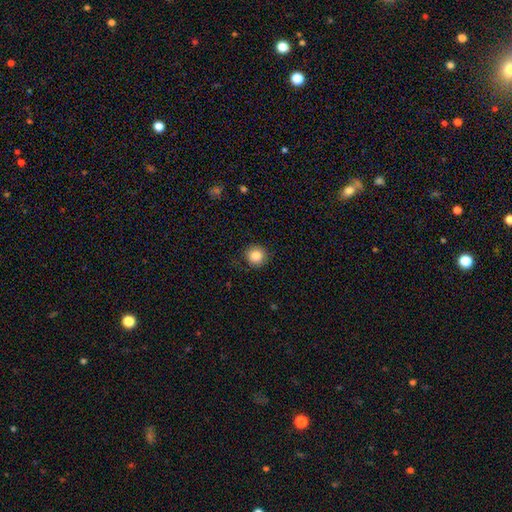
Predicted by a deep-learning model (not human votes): smooth_or_featured: smooth (p=0.84) [alt: star or artifact p=0.10]
how_rounded: round (p=0.93) [alt: in between p=0.07]
merging: none (p=0.89) [alt: minor disturbance p=0.08]